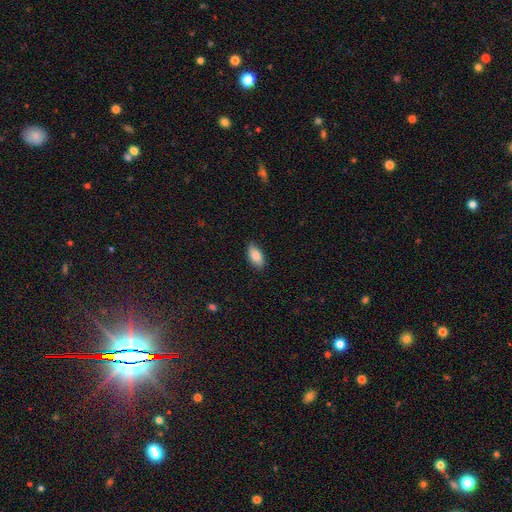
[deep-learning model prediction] This appears to be a smooth galaxy with no disk features (86%) that is in between round and cigar-shaped (91%). Merging: none (82%).